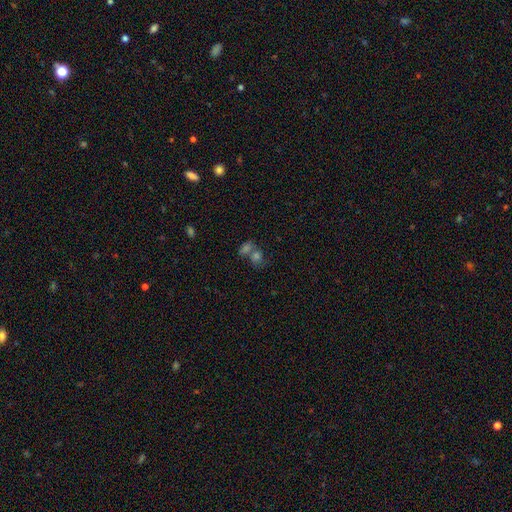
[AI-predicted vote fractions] Overall: smooth (54%; star or artifact 28%). How rounded: in between (48%, tied with round). Merging: merger (47%; none 39%).